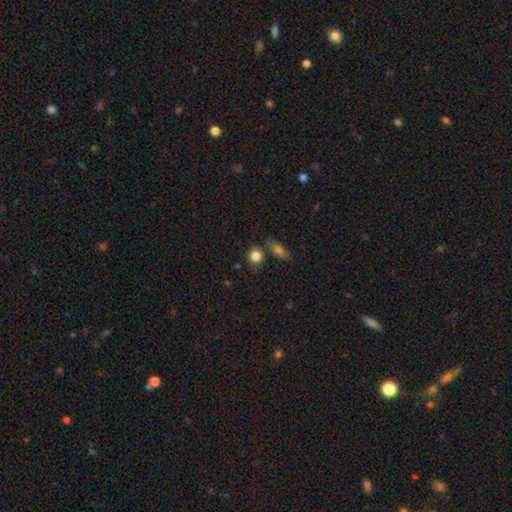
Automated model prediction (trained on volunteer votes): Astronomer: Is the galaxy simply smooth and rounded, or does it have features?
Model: smooth — 84%.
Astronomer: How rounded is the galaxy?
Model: round — 79%.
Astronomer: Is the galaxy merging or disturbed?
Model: none — 72%.